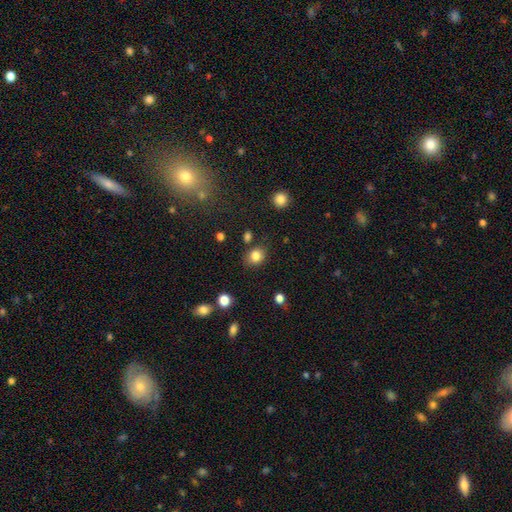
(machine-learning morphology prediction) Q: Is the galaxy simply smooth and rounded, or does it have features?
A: smooth — 83%.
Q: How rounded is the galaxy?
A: round — 60%.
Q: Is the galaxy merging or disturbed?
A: none — 78%.